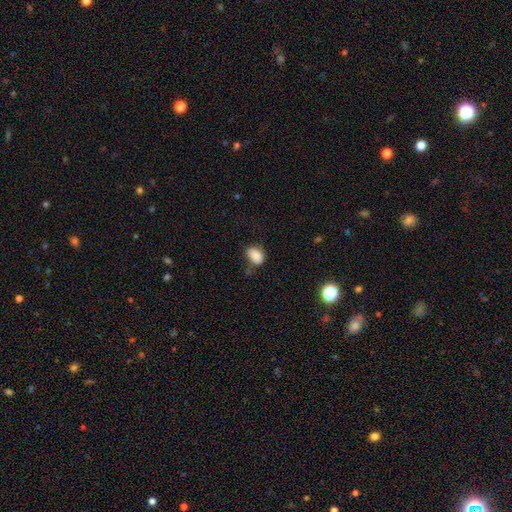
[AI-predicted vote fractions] Morphology: type=smooth (86%); roundness=in between (74%); merging=none (53%).